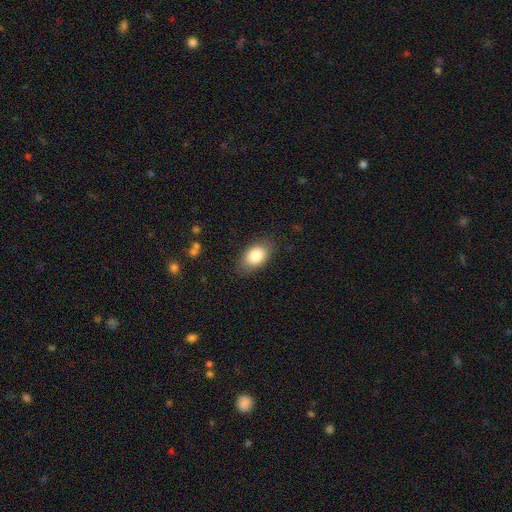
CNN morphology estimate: This is clearly a smooth galaxy (82%). How rounded: clearly in between (87%). Merging: clearly none (82%).